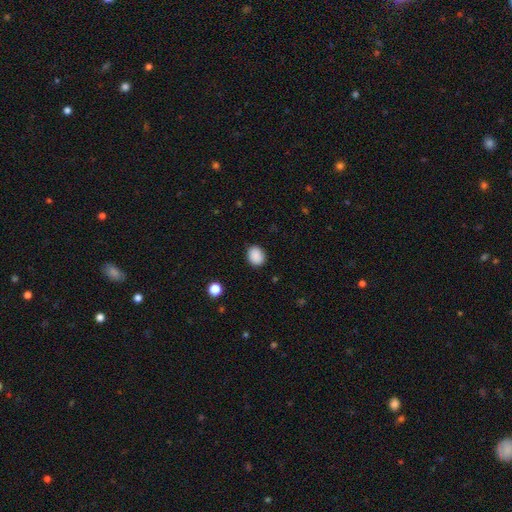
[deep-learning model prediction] smooth 88%, star or artifact 9%, featured or disk 3%. Down the decision tree: how rounded — round (57%); merging — none (85%).